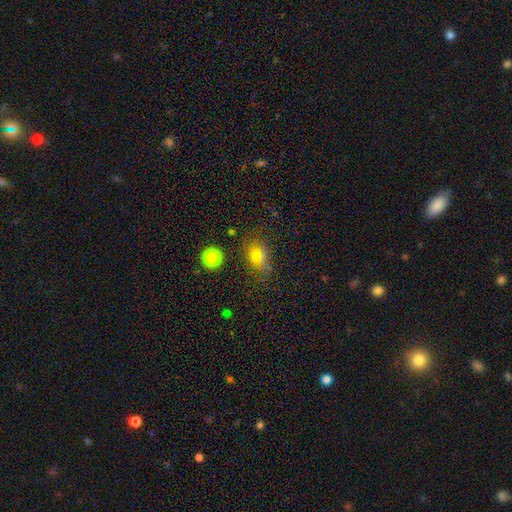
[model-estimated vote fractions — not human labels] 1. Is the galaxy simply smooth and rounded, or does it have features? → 61% smooth, 25% star or artifact, 13% featured or disk.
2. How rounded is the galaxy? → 57% in between, 38% round, 5% cigar-shaped.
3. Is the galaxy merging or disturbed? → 67% none, 17% minor disturbance, 9% merger, 8% major disturbance.